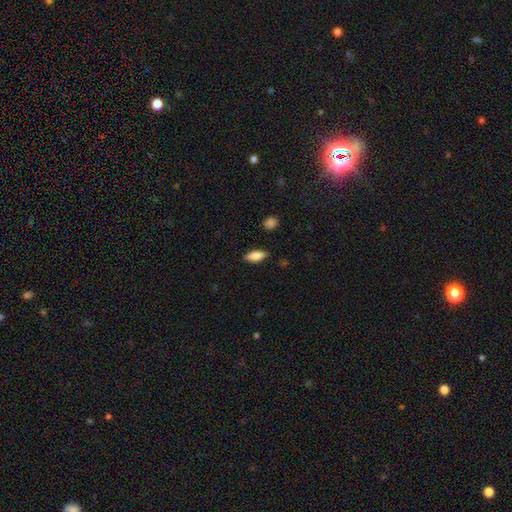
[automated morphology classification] This is clearly a smooth galaxy (84%). How rounded: likely in between (74%). Merging: clearly none (86%).